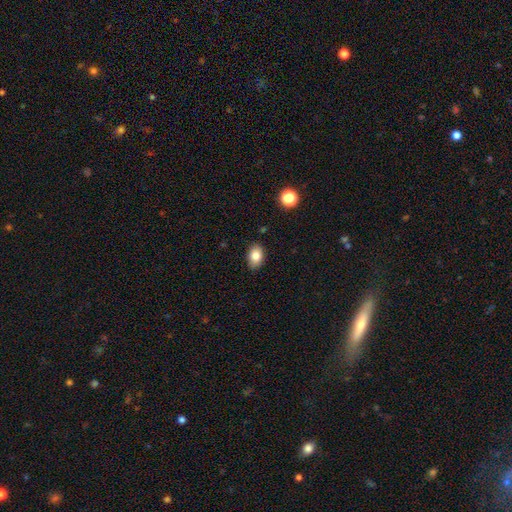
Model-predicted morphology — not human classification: type=smooth (83%); roundness=in between (84%); merging=none (84%).